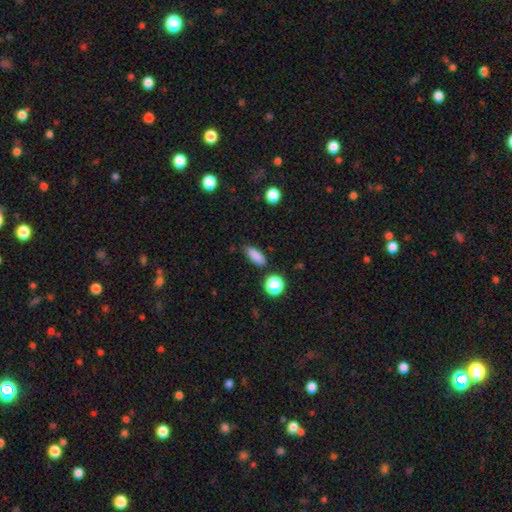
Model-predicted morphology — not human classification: Smooth or featured? Predicted: smooth (p=0.85). How rounded? Predicted: in between (p=0.70). Merging? Predicted: none (p=0.80).